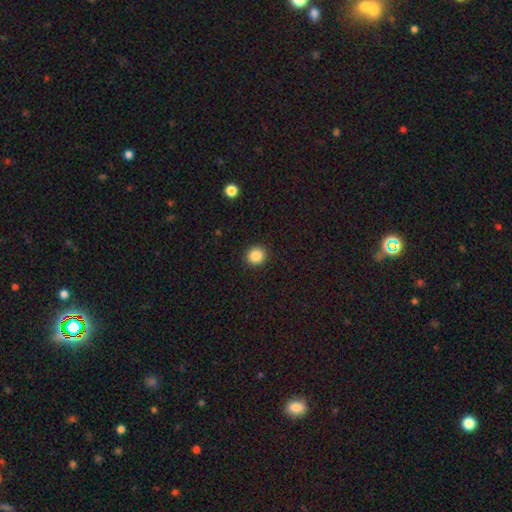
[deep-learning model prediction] smooth-or-featured: smooth: 87% | star or artifact: 10% | featured or disk: 3%
  how-rounded: round: 87% | in between: 12% | cigar-shaped: 1%
  merging: none: 92% | minor disturbance: 5% | major disturbance: 2% | merger: 1%